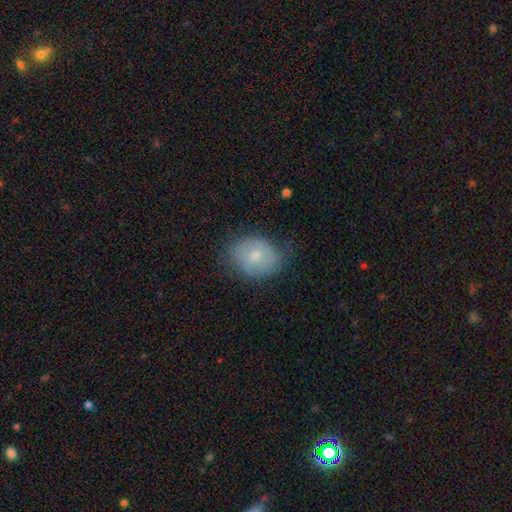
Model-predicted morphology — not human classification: Smooth or featured?
  - smooth: 67% *
  - featured or disk: 25%
  - star or artifact: 8%
How rounded?
  - in between: 51% *
  - round: 48%
  - cigar-shaped: 1%
Merging?
  - none: 65% *
  - minor disturbance: 26%
  - major disturbance: 8%
  - merger: 1%